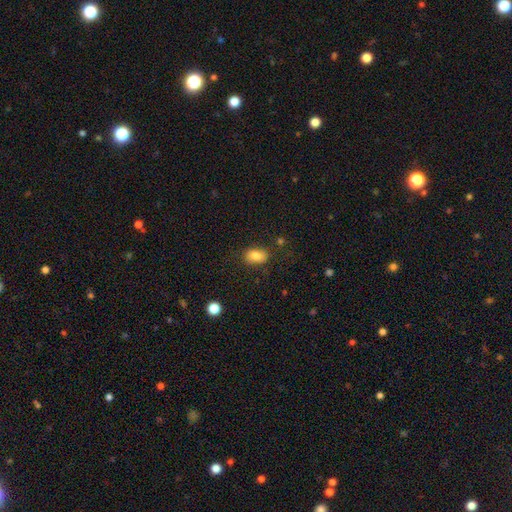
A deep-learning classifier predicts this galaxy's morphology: Smooth or featured? Predicted: smooth (p=0.83). How rounded? Predicted: in between (p=0.86). Merging? Predicted: none (p=0.81).